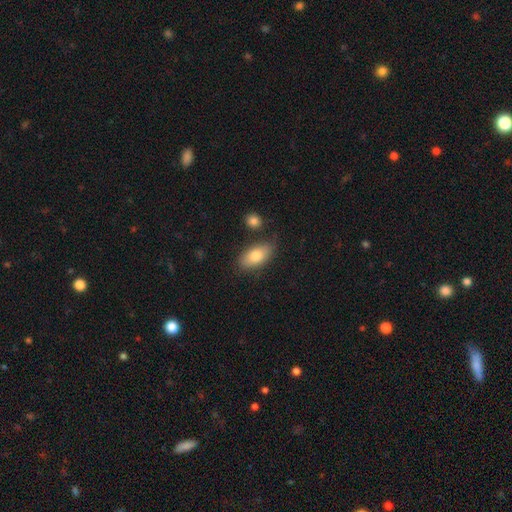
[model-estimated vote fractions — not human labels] The model was most divided on "merging": none: 73%, minor disturbance: 17%, merger: 6%, major disturbance: 4%. More confident: how rounded — in between (92%); smooth or featured — smooth (79%).